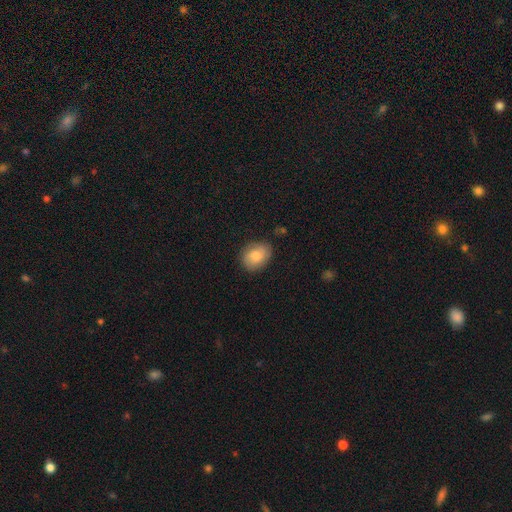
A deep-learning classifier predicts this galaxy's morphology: Overall: smooth (77%). How rounded: in between (58%; round 41%). Merging: none (80%).